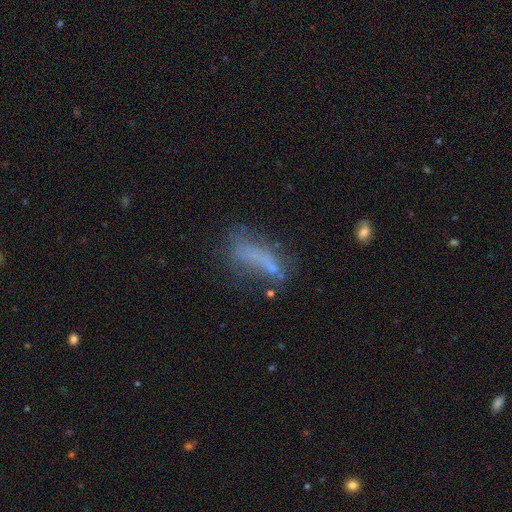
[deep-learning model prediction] Smooth or featured?
  - smooth: 53% *
  - featured or disk: 31%
  - star or artifact: 16%
How rounded?
  - cigar-shaped: 56% *
  - in between: 40%
  - round: 3%
Merging?
  - none: 46% *
  - minor disturbance: 24%
  - major disturbance: 21%
  - merger: 8%